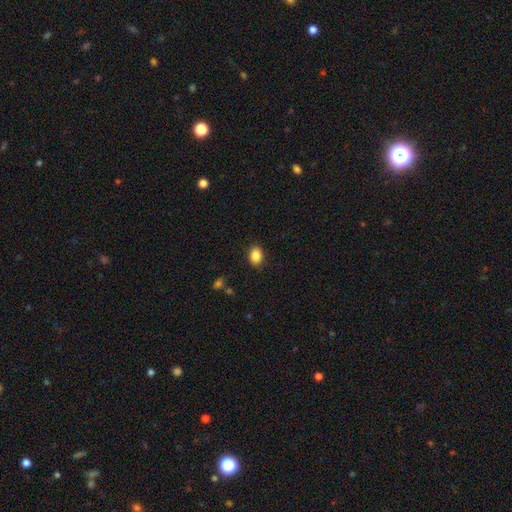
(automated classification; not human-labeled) Smooth or featured? Predicted: smooth (p=0.87). How rounded? Predicted: in between (p=0.75). Merging? Predicted: none (p=0.88).